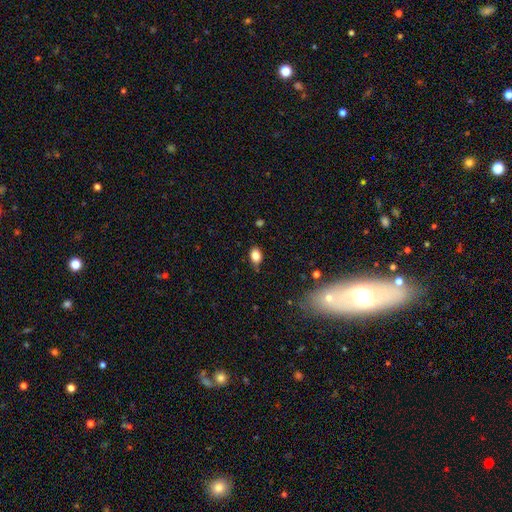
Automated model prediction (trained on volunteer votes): This appears to be a smooth galaxy with no disk features (81%) that is in between round and cigar-shaped (77%). Merging: none (74%).